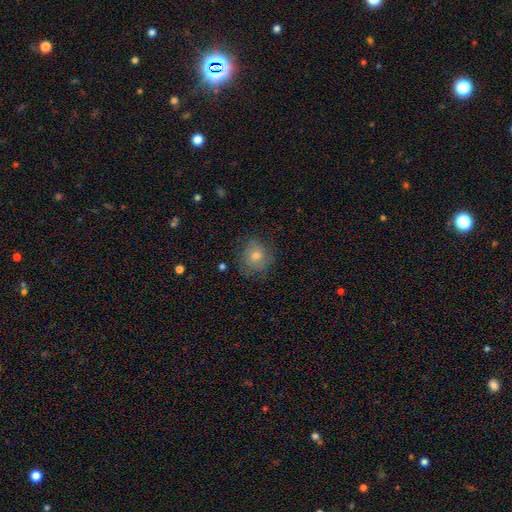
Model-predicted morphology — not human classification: smooth 73%, featured or disk 17%, star or artifact 11%. Down the decision tree: how rounded — round (83%); merging — none (75%).